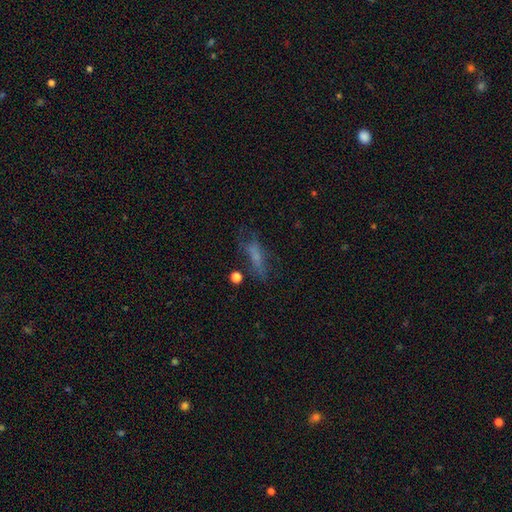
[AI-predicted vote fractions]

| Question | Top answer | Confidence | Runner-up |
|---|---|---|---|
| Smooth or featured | smooth | 51% | featured or disk (33%) |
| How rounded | cigar-shaped | 48% | in between (47%) |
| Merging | none | 49% | minor disturbance (23%) |